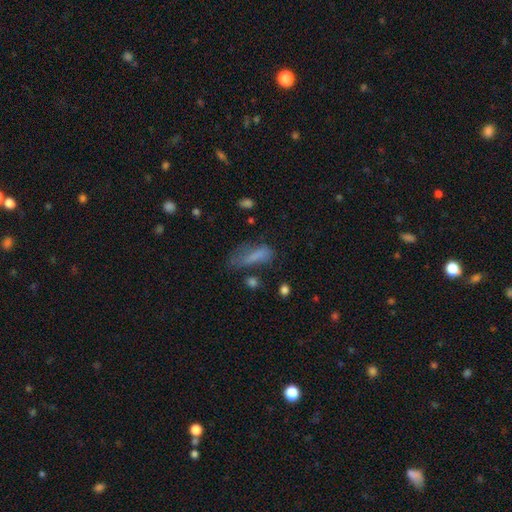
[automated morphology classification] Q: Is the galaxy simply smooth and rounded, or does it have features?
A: smooth — 71%.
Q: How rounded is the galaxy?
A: in between — 52%.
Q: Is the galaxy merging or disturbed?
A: none — 39%.